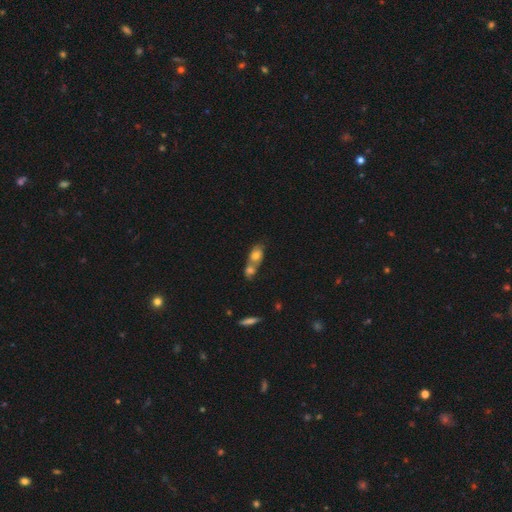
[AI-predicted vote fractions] Overall: smooth (67%). How rounded: in between (71%). Merging: merger (67%).